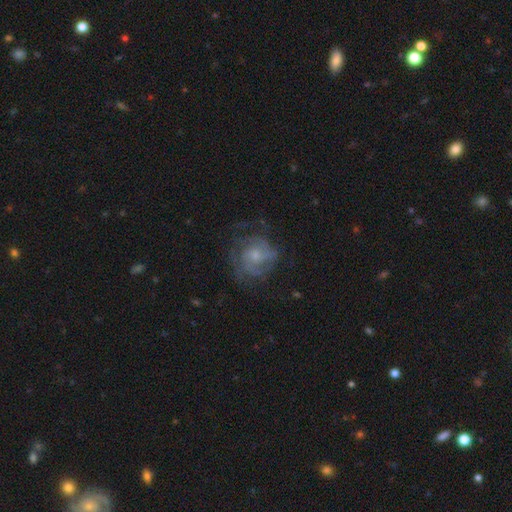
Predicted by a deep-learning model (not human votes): Q: Smooth or featured?
A: featured or disk (68%); runner-up: smooth (23%)
Q: Edge-on disk?
A: no (98%); runner-up: yes (2%)
Q: Bar?
A: no (74%); runner-up: weak (23%)
Q: Spiral arms?
A: yes (81%); runner-up: no (19%)
Q: Spiral winding?
A: tight (47%); runner-up: medium (39%)
Q: Spiral arm count?
A: can't tell (42%); runner-up: 2 (23%)
Q: Bulge size?
A: small (51%); runner-up: moderate (38%)
Q: Merging?
A: none (59%); runner-up: minor disturbance (21%)